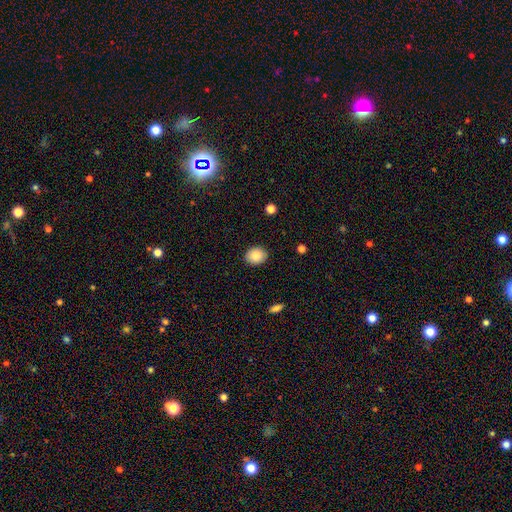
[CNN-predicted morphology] Smooth or featured: smooth — 87% (star or artifact — 8%)
How rounded: round — 54% (in between — 45%)
Merging: none — 90% (minor disturbance — 7%)